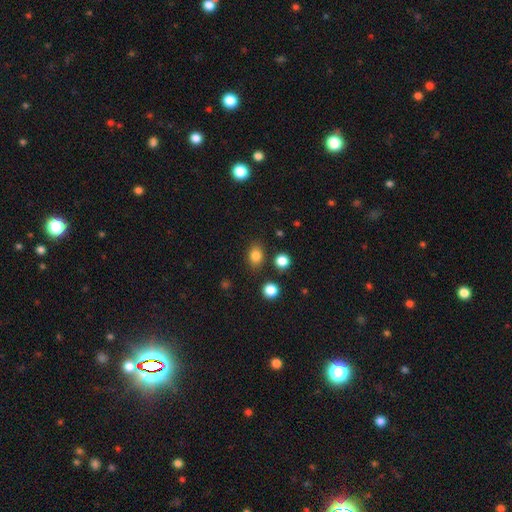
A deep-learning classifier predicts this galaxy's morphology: Smooth or featured? Predicted: smooth (p=0.82). How rounded? Predicted: in between (p=0.61). Merging? Predicted: none (p=0.80).